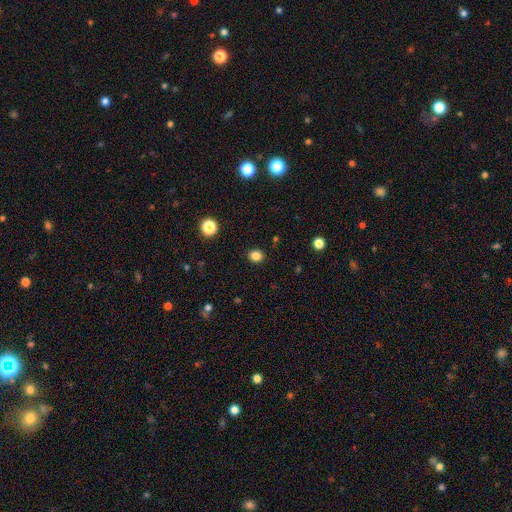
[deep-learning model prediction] Smooth or featured?
  - smooth: 84% *
  - star or artifact: 12%
  - featured or disk: 4%
How rounded?
  - round: 66% *
  - in between: 33%
  - cigar-shaped: 1%
Merging?
  - none: 90% *
  - minor disturbance: 7%
  - major disturbance: 2%
  - merger: 1%